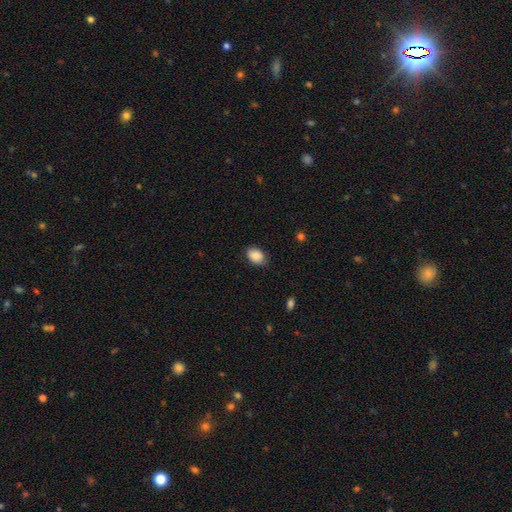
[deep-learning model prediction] Smooth or featured? smooth (88%)
How rounded? in between (80%)
Merging? none (82%)